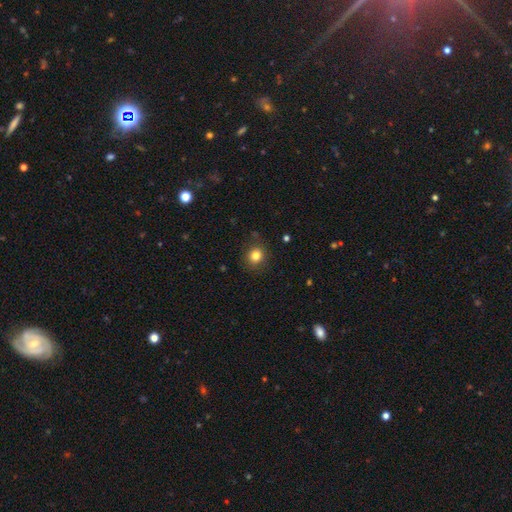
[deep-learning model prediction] Morphology: type=smooth (82%); roundness=round (82%); merging=none (87%).